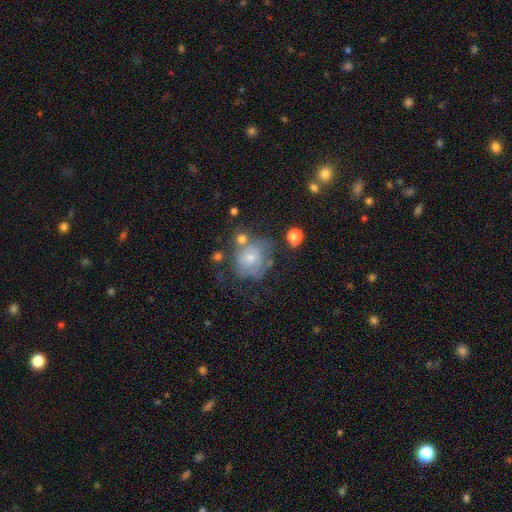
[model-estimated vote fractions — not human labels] A featured or disk galaxy (55%) with no bar (77%), spiral arms (70%) and a small central bulge (52%). Merging: none (48%).